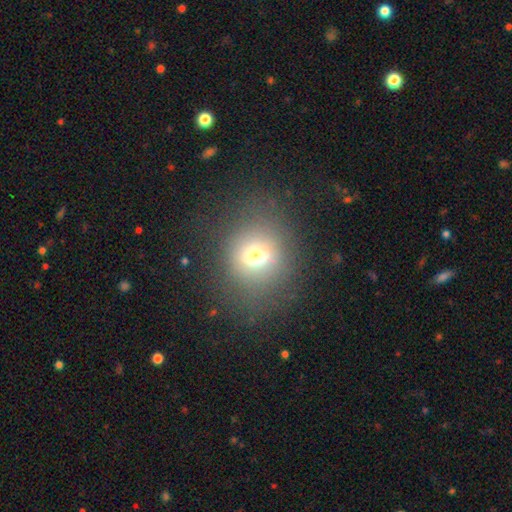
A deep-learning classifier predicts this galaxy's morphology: smooth_or_featured: smooth (p=0.59) [alt: featured or disk p=0.22]
how_rounded: round (p=0.73) [alt: in between p=0.26]
merging: none (p=0.77) [alt: minor disturbance p=0.12]